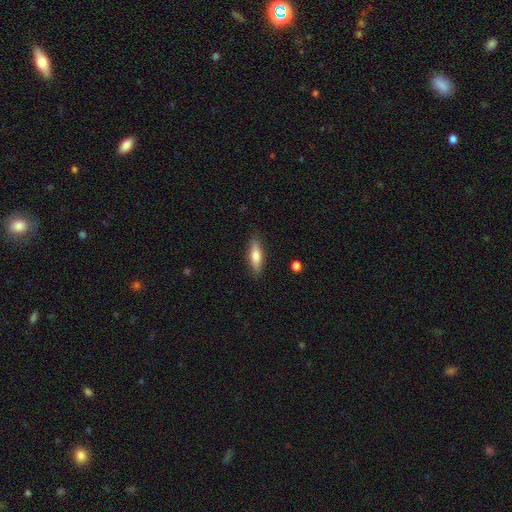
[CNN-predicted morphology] smooth 69%, featured or disk 24%, star or artifact 6%. Down the decision tree: how rounded — cigar-shaped (53%); merging — none (86%).